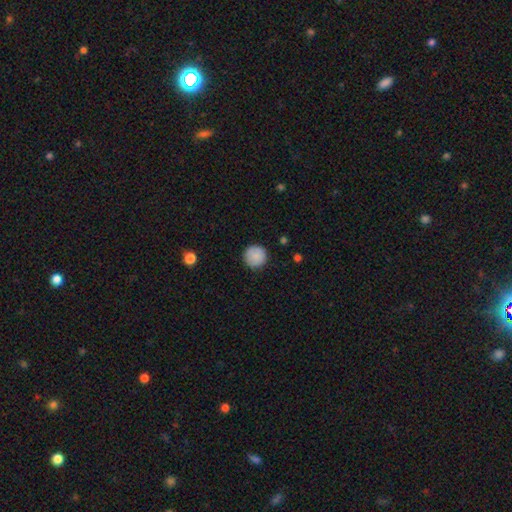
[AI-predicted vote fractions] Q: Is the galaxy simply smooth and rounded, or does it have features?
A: smooth — 86%.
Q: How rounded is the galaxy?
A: round — 96%.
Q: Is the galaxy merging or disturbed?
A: none — 88%.